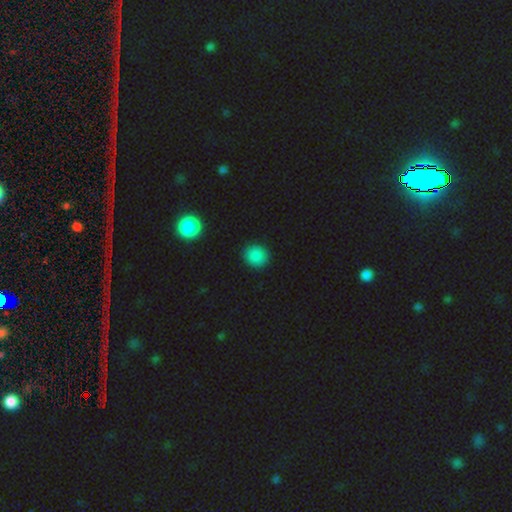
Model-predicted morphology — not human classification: Overall: smooth (86%). How rounded: round (80%). Merging: none (91%).